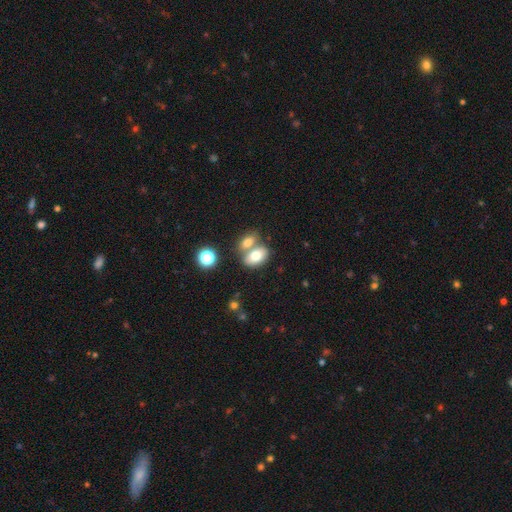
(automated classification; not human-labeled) smooth_or_featured: smooth (p=0.75) [alt: featured or disk p=0.16]
how_rounded: in between (p=0.86) [alt: round p=0.12]
merging: merger (p=0.48) [alt: none p=0.39]